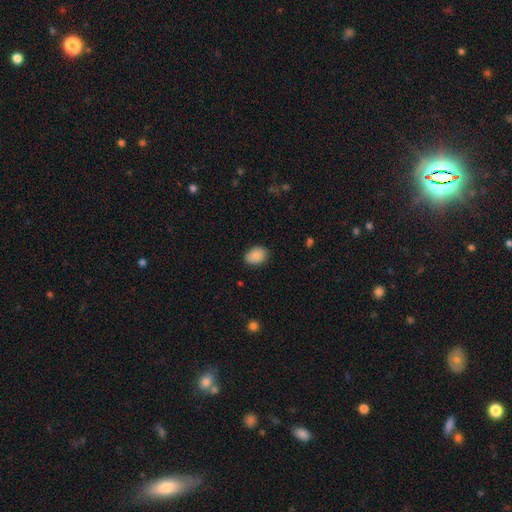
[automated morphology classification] smooth 89%, star or artifact 7%, featured or disk 4%. Down the decision tree: how rounded — in between (76%); merging — none (85%).